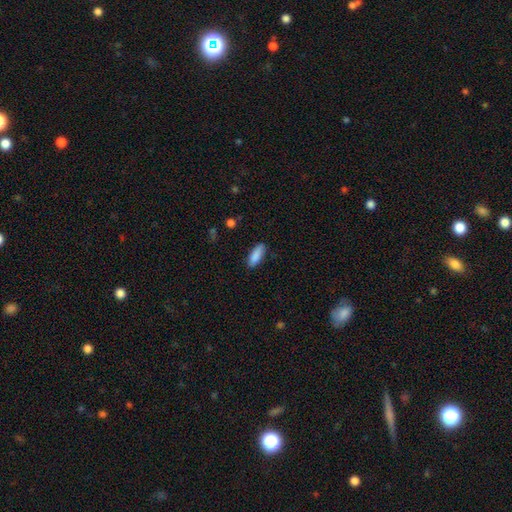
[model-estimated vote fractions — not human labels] Smooth or featured: smooth — 89% (star or artifact — 6%)
How rounded: in between — 68% (cigar-shaped — 31%)
Merging: none — 84% (minor disturbance — 12%)